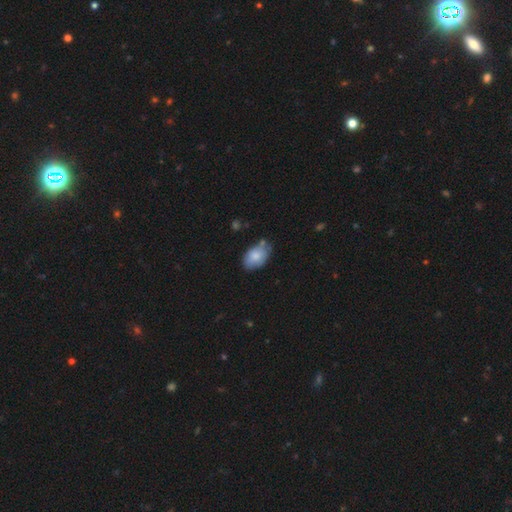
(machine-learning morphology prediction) A smooth galaxy with no disk features (79%) that is in between round and cigar-shaped (90%). Merging: none (58%).